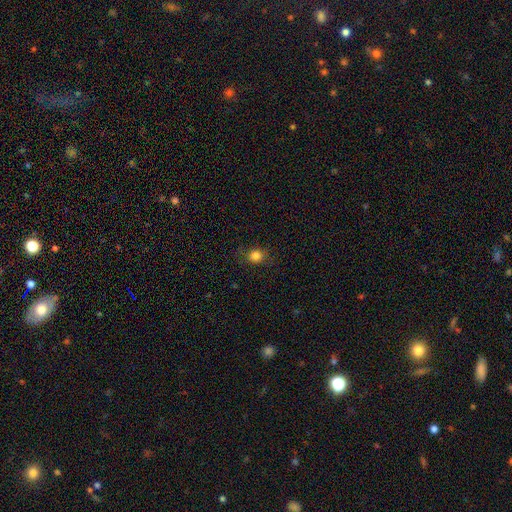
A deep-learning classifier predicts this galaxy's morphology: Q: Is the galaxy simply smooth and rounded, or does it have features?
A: smooth — 82%.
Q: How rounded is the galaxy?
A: round — 75%.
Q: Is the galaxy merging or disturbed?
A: none — 82%.